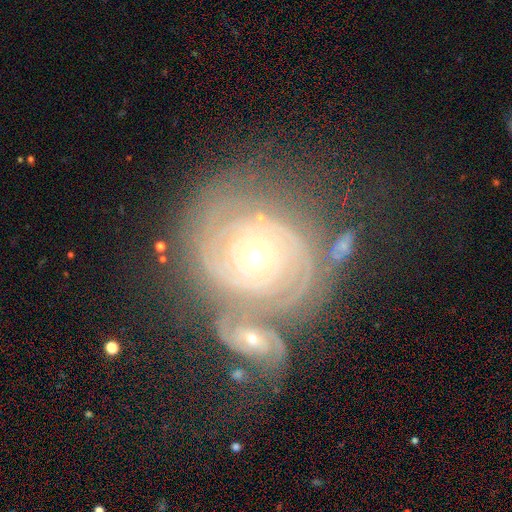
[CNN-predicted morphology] Q: Smooth or featured?
A: featured or disk (85%); runner-up: smooth (10%)
Q: Edge-on disk?
A: no (96%); runner-up: yes (4%)
Q: Bar?
A: no (80%); runner-up: weak (14%)
Q: Spiral arms?
A: yes (93%); runner-up: no (7%)
Q: Spiral winding?
A: tight (83%); runner-up: medium (14%)
Q: Spiral arm count?
A: 2 (33%); runner-up: can't tell (30%)
Q: Bulge size?
A: moderate (54%); runner-up: small (40%)
Q: Merging?
A: merger (52%); runner-up: none (30%)